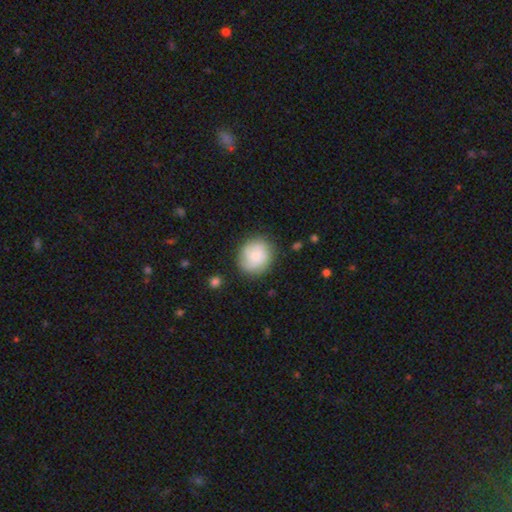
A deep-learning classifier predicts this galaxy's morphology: smooth-or-featured: smooth: 65% | featured or disk: 27% | star or artifact: 8%
  how-rounded: round: 85% | in between: 14% | cigar-shaped: 1%
  merging: none: 80% | minor disturbance: 14% | major disturbance: 4% | merger: 2%